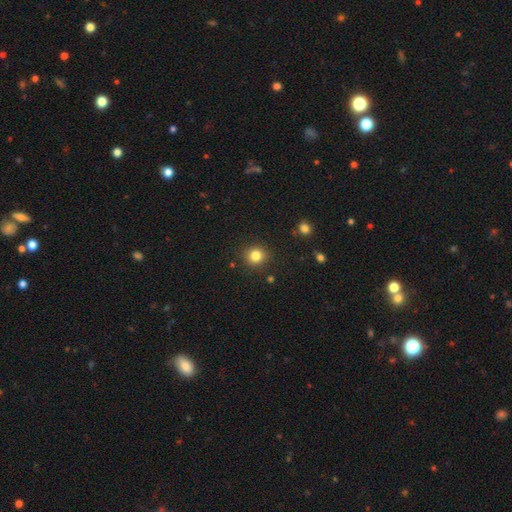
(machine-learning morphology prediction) Q: Smooth or featured?
A: smooth (83%); runner-up: star or artifact (12%)
Q: How rounded?
A: round (90%); runner-up: in between (9%)
Q: Merging?
A: none (90%); runner-up: minor disturbance (6%)